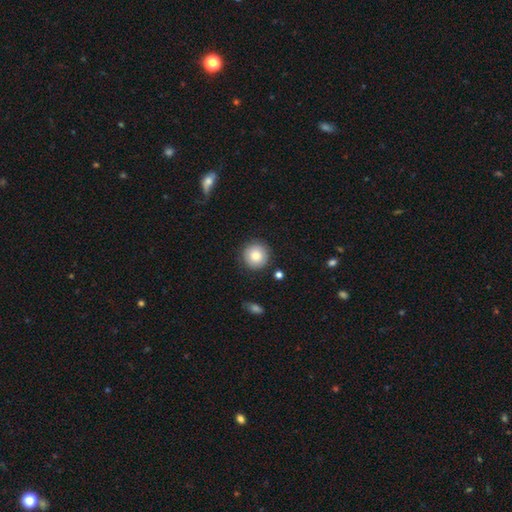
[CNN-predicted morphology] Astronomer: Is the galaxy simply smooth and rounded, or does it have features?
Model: smooth — 80%.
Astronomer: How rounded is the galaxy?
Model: round — 95%.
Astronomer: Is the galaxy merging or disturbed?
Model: none — 87%.